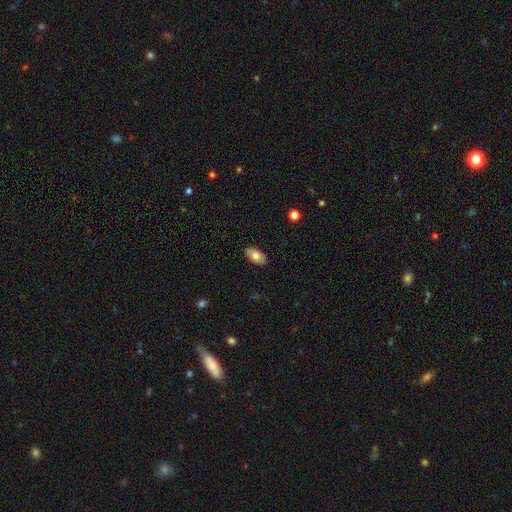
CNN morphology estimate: type=smooth (75%); roundness=in between (94%); merging=none (88%).